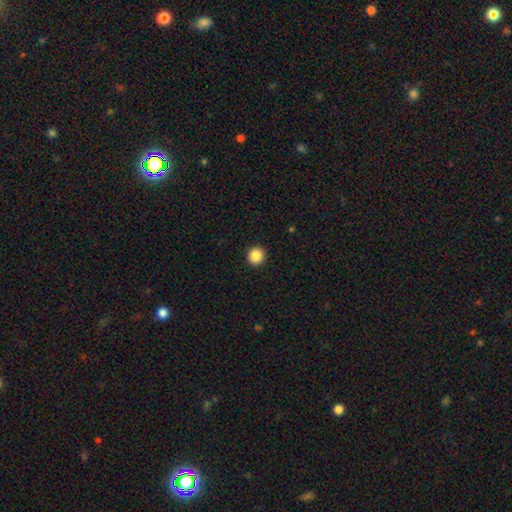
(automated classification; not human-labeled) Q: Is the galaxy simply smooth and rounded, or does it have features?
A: smooth — 87%.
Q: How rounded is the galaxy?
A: round — 94%.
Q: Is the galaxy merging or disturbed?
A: none — 93%.